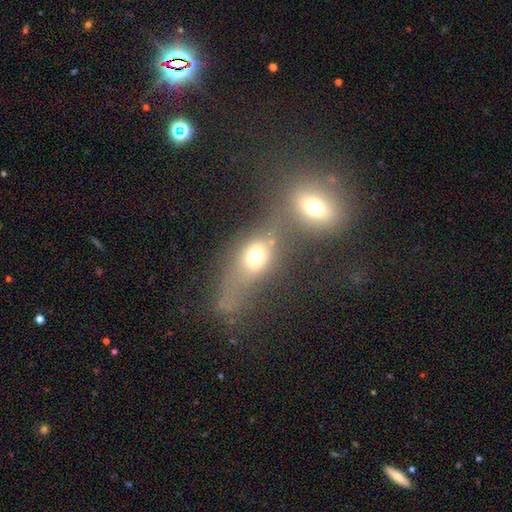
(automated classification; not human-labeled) The model was most divided on "smooth or featured": smooth: 43%, featured or disk: 39%, star or artifact: 18%. More confident: merging — merger (63%).